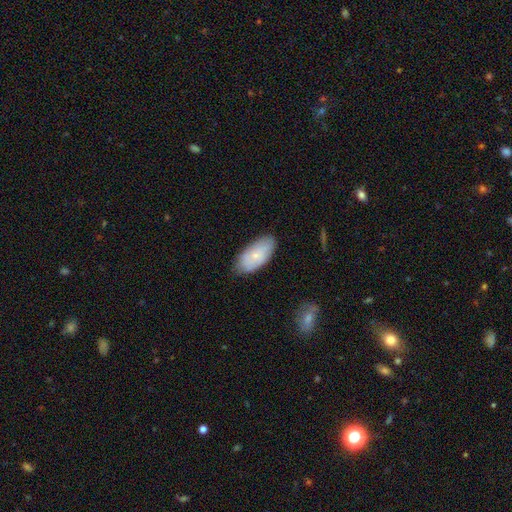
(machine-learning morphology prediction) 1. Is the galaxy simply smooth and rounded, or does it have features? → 66% smooth, 28% featured or disk, 6% star or artifact.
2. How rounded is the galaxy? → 93% in between, 4% cigar-shaped, 3% round.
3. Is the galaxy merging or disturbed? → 77% none, 18% minor disturbance, 3% major disturbance, 1% merger.